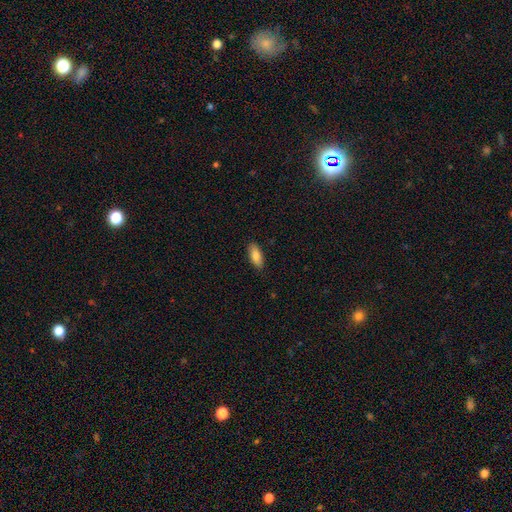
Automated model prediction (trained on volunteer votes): smooth_or_featured: smooth (p=0.83) [alt: featured or disk p=0.11]
how_rounded: in between (p=0.83) [alt: cigar-shaped p=0.15]
merging: none (p=0.88) [alt: minor disturbance p=0.09]